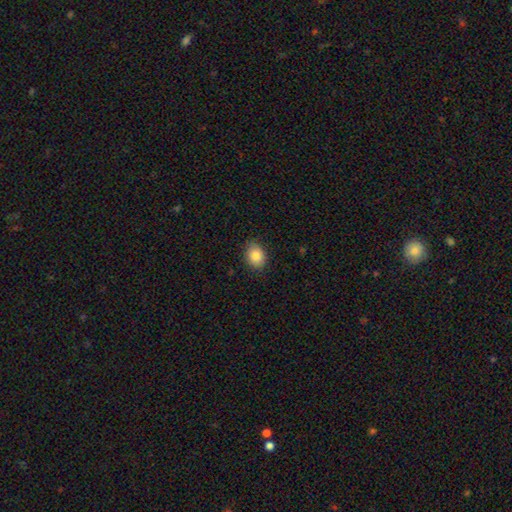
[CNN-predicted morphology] Smooth or featured? Predicted: smooth (p=0.85). How rounded? Predicted: in between (p=0.61). Merging? Predicted: none (p=0.86).